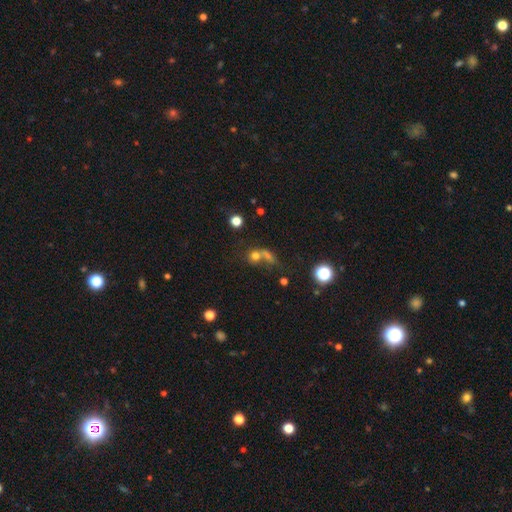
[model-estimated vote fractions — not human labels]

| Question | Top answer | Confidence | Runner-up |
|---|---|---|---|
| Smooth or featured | smooth | 67% | star or artifact (18%) |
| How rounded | round | 72% | in between (25%) |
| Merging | merger | 51% | none (31%) |